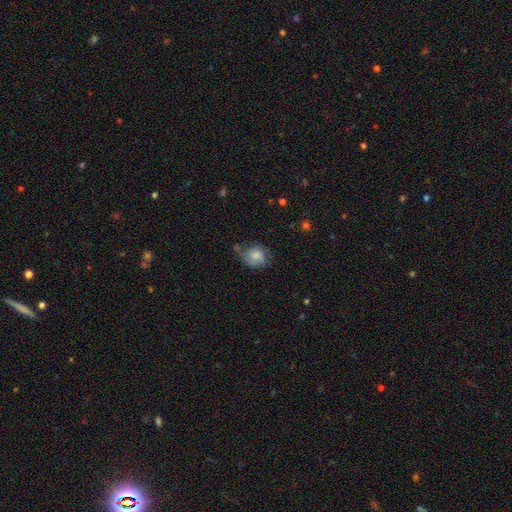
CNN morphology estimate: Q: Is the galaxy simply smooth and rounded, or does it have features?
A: smooth — 69%.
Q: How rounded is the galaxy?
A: round — 53%.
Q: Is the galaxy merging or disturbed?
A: none — 42%.